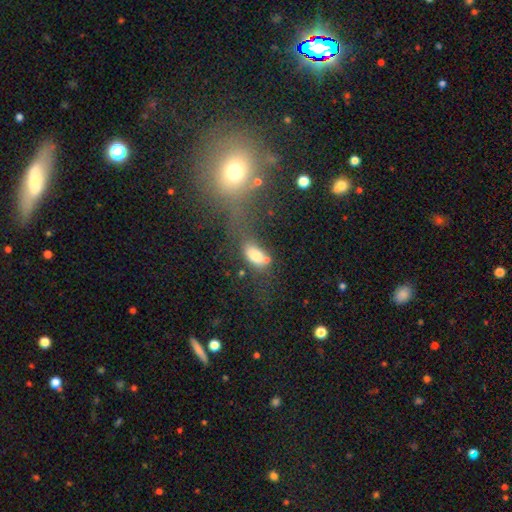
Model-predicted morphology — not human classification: This is likely a smooth galaxy (74%). How rounded: clearly in between (86%). Merging: marginally none (39%).